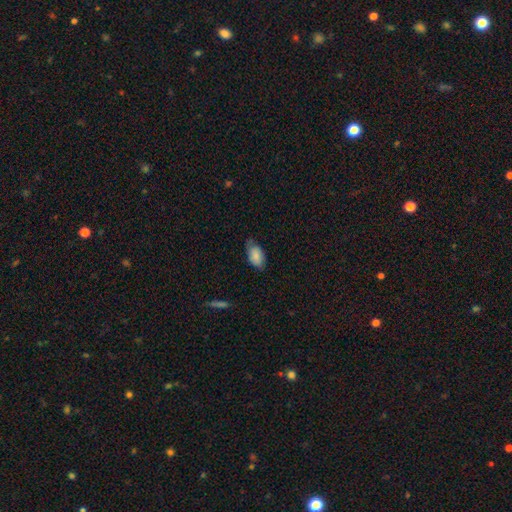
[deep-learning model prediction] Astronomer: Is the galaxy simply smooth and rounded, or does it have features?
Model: smooth — 80%.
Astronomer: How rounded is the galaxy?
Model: in between — 93%.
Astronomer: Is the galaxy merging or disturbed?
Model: none — 63%.